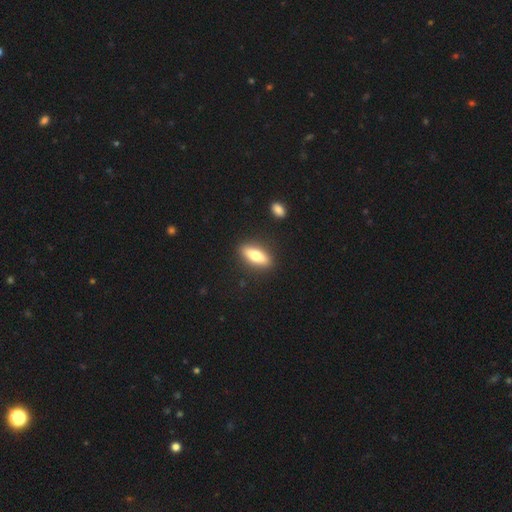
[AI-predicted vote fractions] Smooth or featured? smooth (60%)
How rounded? in between (52%)
Merging? none (88%)